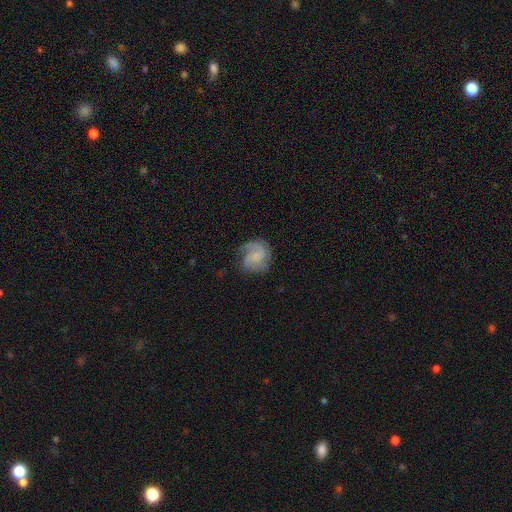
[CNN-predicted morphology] This appears to be a featured or disk galaxy (66%) with no bar (66%), 2 (30%) medium (41%) spiral arms (91%) and no central bulge (51%). Merging: none (60%).